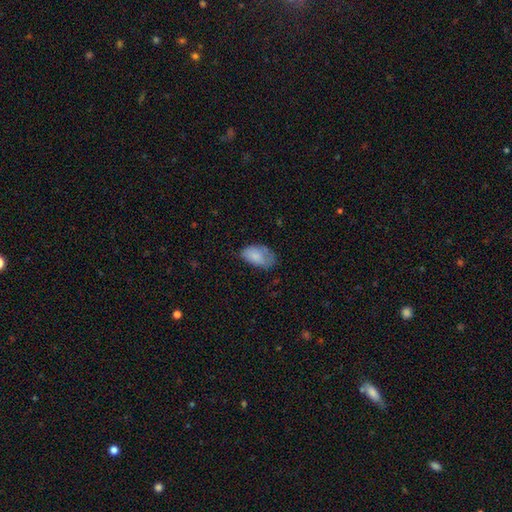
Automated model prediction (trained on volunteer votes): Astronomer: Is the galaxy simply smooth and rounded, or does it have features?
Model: smooth — 80%.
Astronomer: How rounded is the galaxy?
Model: in between — 93%.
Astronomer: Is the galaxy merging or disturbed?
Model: none — 47% (runner-up: minor disturbance, 35%).